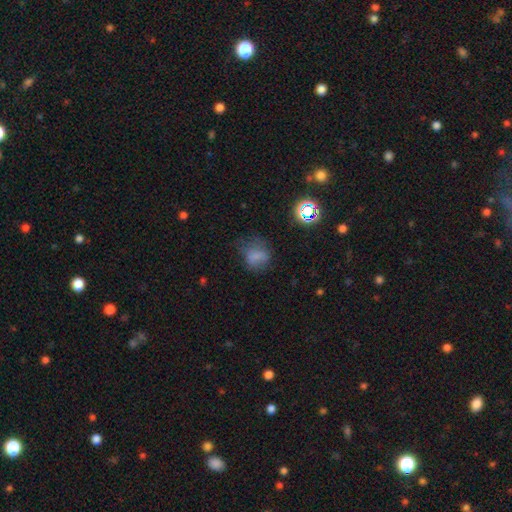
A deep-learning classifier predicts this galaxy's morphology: Overall: smooth (66%). How rounded: round (60%; in between 38%). Merging: none (47%; minor disturbance 27%).